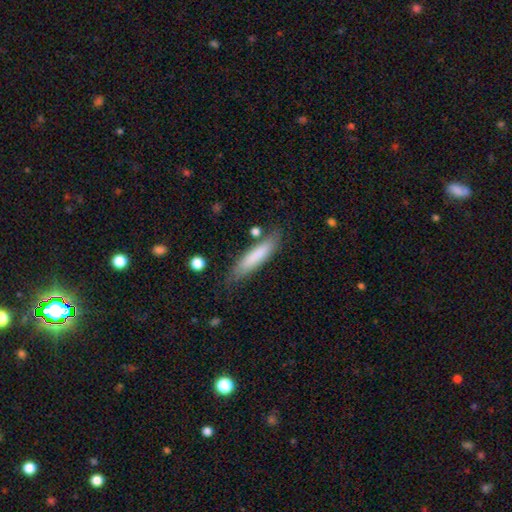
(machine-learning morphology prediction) Smooth or featured? smooth (79%)
How rounded? cigar-shaped (80%)
Merging? none (77%)